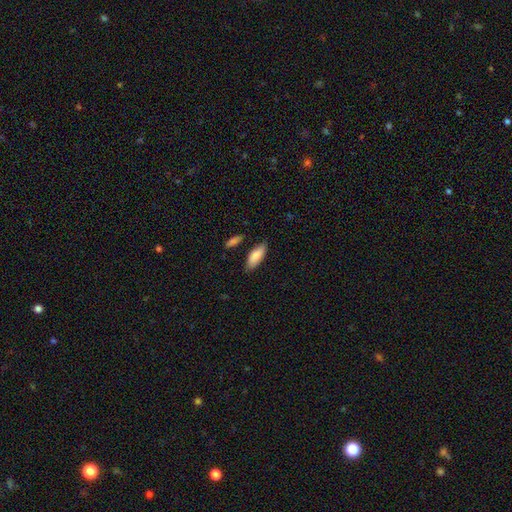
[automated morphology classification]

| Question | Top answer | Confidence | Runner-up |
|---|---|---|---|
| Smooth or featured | smooth | 85% | featured or disk (9%) |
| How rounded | in between | 72% | cigar-shaped (27%) |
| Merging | none | 82% | minor disturbance (13%) |